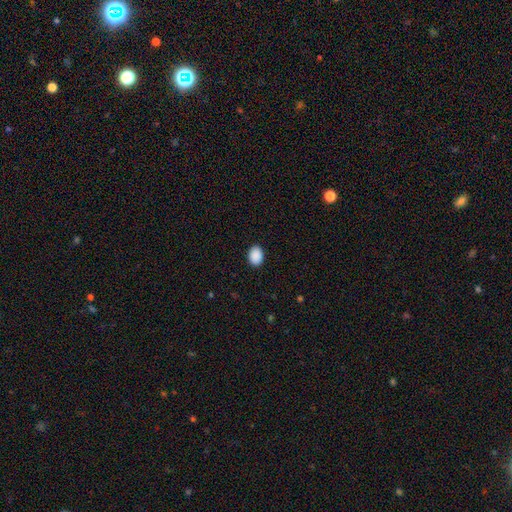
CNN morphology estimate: Smooth or featured: smooth — 91% (star or artifact — 7%)
How rounded: in between — 73% (round — 27%)
Merging: none — 90% (minor disturbance — 7%)